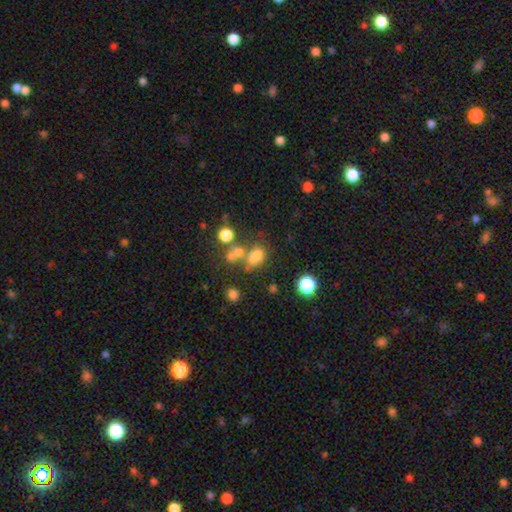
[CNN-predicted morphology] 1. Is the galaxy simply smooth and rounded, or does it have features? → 57% smooth, 24% star or artifact, 19% featured or disk.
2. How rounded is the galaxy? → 56% round, 43% in between, 1% cigar-shaped.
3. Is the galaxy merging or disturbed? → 39% merger, 38% none, 13% minor disturbance, 11% major disturbance.